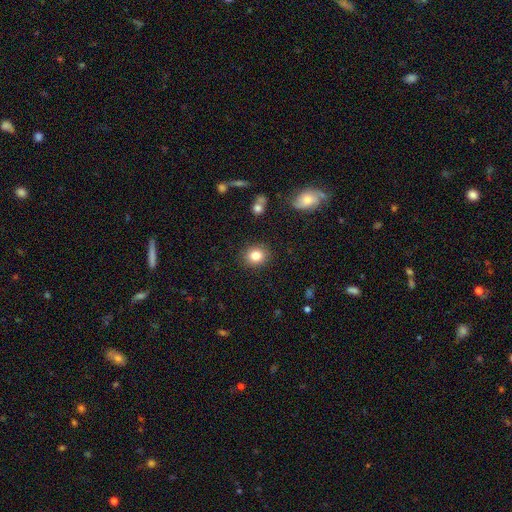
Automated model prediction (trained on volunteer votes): Smooth or featured?
  - smooth: 83% *
  - star or artifact: 10%
  - featured or disk: 7%
How rounded?
  - round: 75% *
  - in between: 24%
  - cigar-shaped: 1%
Merging?
  - none: 89% *
  - minor disturbance: 7%
  - major disturbance: 2%
  - merger: 1%